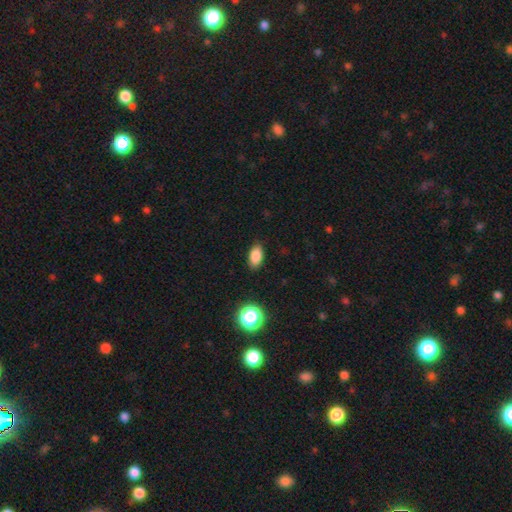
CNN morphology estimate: smooth_or_featured: smooth (p=0.85) [alt: star or artifact p=0.10]
how_rounded: in between (p=0.90) [alt: round p=0.07]
merging: none (p=0.87) [alt: minor disturbance p=0.09]